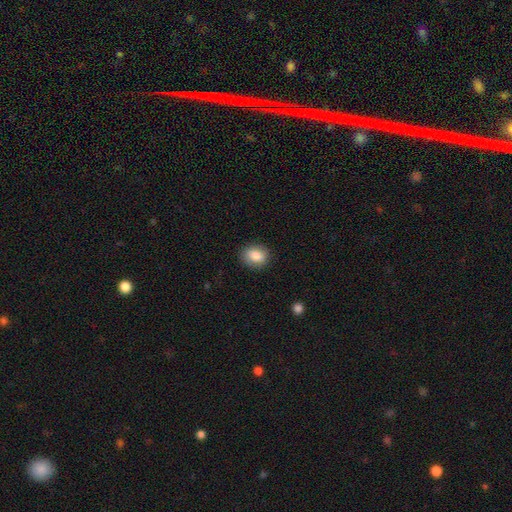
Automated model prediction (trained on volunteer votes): Morphology: type=smooth (86%); roundness=in between (55%); merging=none (84%).